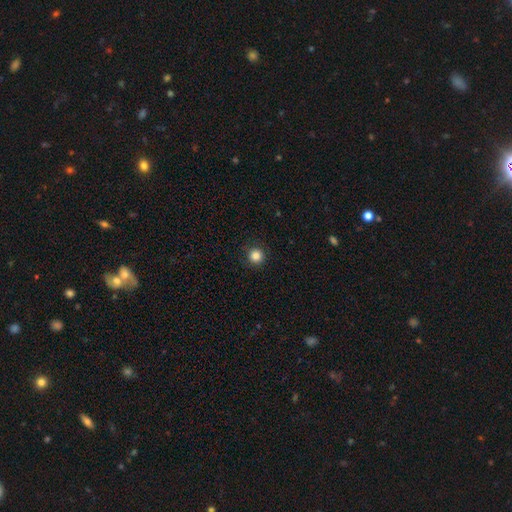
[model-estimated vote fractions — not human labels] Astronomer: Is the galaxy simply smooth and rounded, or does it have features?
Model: smooth — 85%.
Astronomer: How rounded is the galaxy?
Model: round — 95%.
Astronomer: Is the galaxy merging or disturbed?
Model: none — 91%.